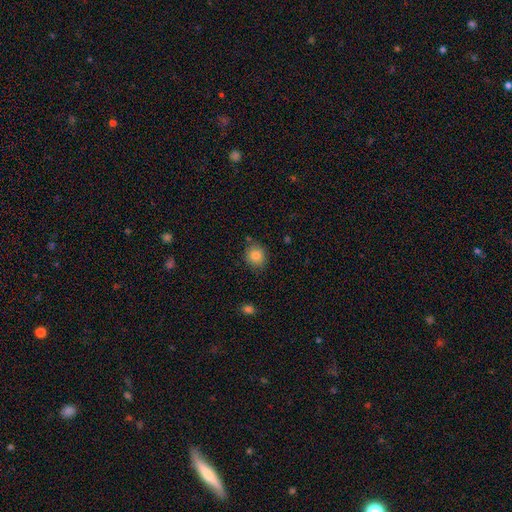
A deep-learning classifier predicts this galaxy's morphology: A smooth galaxy with no disk features (85%) that is round (74%). Merging: none (79%).